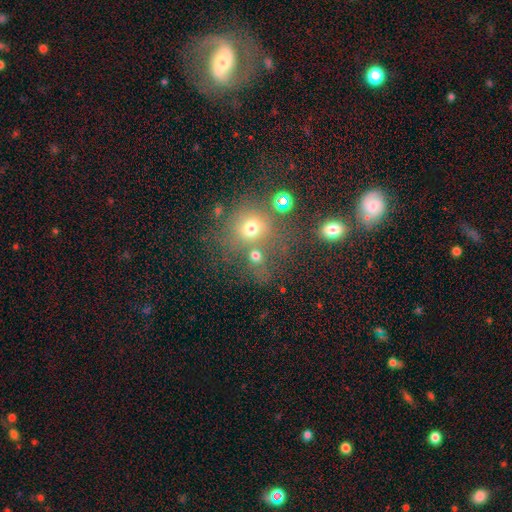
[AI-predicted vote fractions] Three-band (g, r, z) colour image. It shows a smooth galaxy with no disk features (63%) that is round (75%). Merging: none (44%).